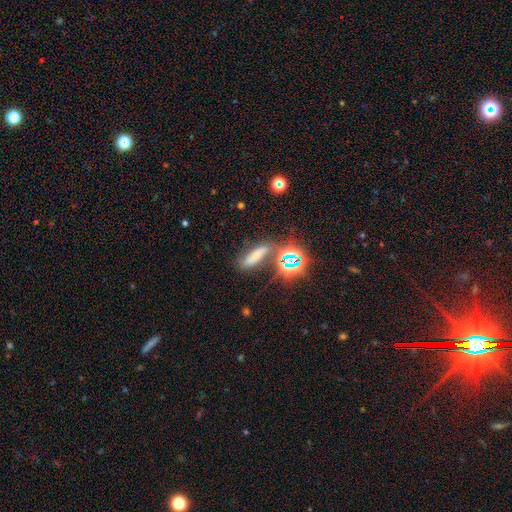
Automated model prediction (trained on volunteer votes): Overall: smooth (45%; star or artifact 32%). Merging: none (62%).